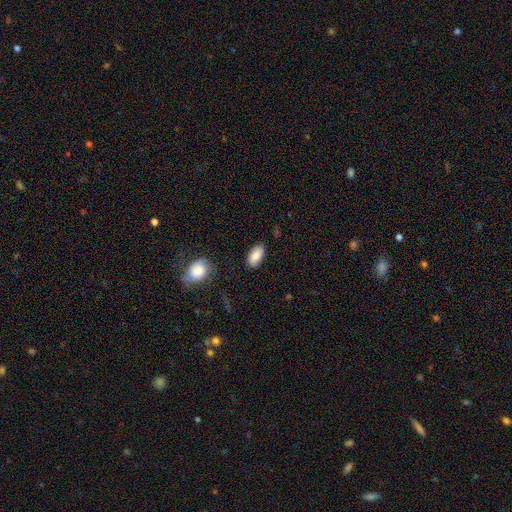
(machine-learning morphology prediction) A smooth galaxy with no disk features (83%) that is in between round and cigar-shaped (94%).

Vote fractions:
- Smooth or featured? smooth: 83% / featured or disk: 10% / star or artifact: 7%
- How rounded? in between: 94% / cigar-shaped: 3% / round: 3%
- Merging? none: 82% / minor disturbance: 14% / major disturbance: 3% / merger: 2%